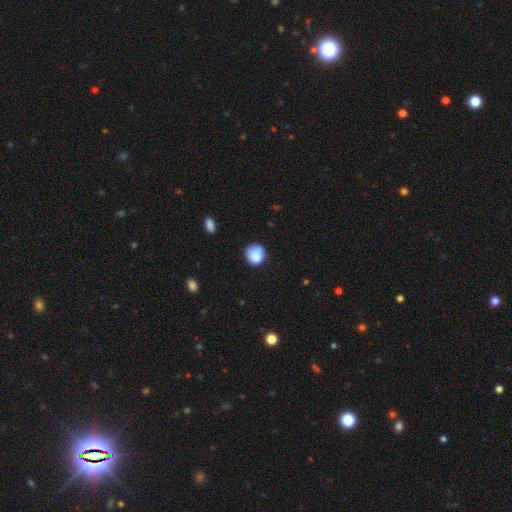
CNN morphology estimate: A smooth galaxy with no disk features (83%) that is round (87%).

Vote fractions:
- Smooth or featured? smooth: 83% / star or artifact: 9% / featured or disk: 8%
- How rounded? round: 87% / in between: 12% / cigar-shaped: 1%
- Merging? none: 68% / minor disturbance: 23% / major disturbance: 6% / merger: 3%